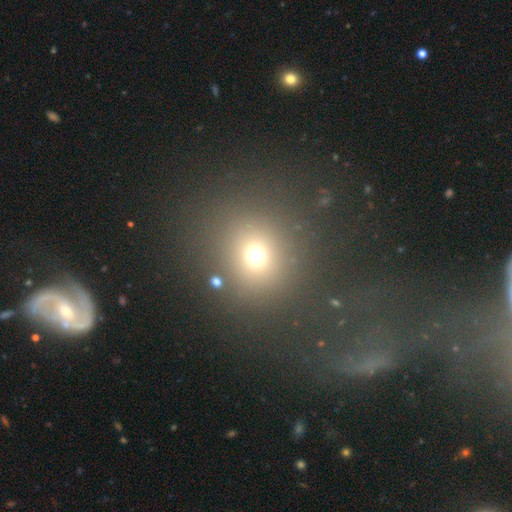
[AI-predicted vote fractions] Smooth or featured: smooth — 68% (star or artifact — 23%)
How rounded: round — 85% (in between — 14%)
Merging: none — 81% (minor disturbance — 8%)